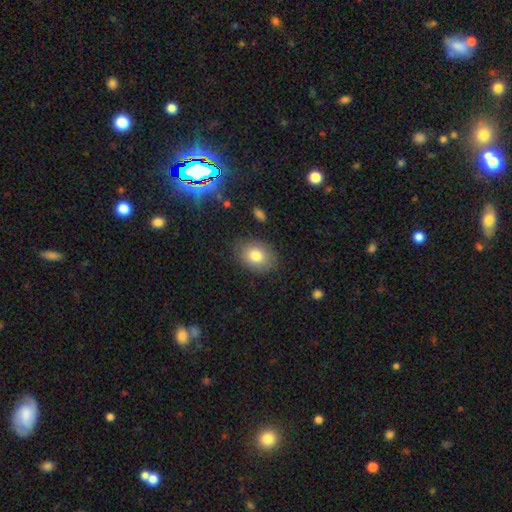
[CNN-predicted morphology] Q: Smooth or featured?
A: smooth (80%); runner-up: featured or disk (10%)
Q: How rounded?
A: in between (66%); runner-up: round (33%)
Q: Merging?
A: none (85%); runner-up: minor disturbance (11%)